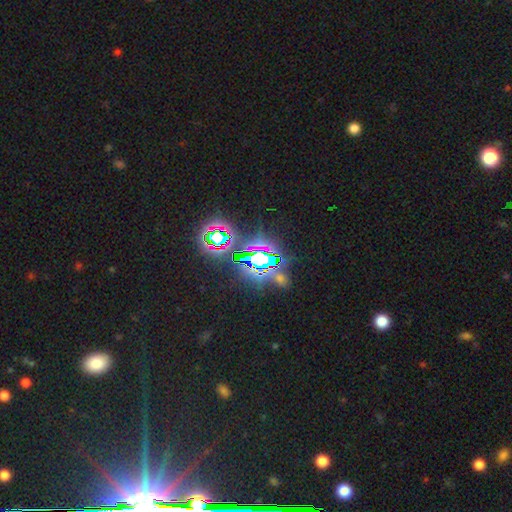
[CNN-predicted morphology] type=star or artifact (83%).